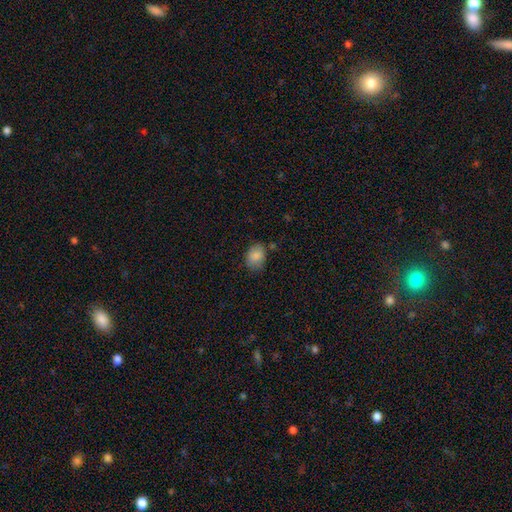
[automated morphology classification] Q: Smooth or featured?
A: smooth (85%); runner-up: star or artifact (8%)
Q: How rounded?
A: in between (61%); runner-up: round (38%)
Q: Merging?
A: none (70%); runner-up: minor disturbance (22%)